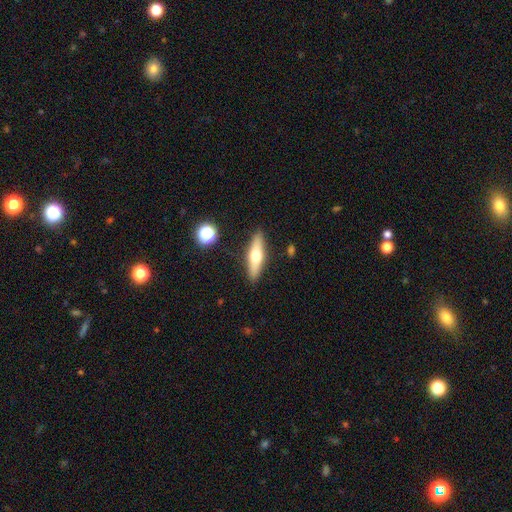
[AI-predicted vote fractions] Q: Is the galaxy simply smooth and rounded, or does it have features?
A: smooth — 50%.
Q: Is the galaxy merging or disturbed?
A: none — 88%.